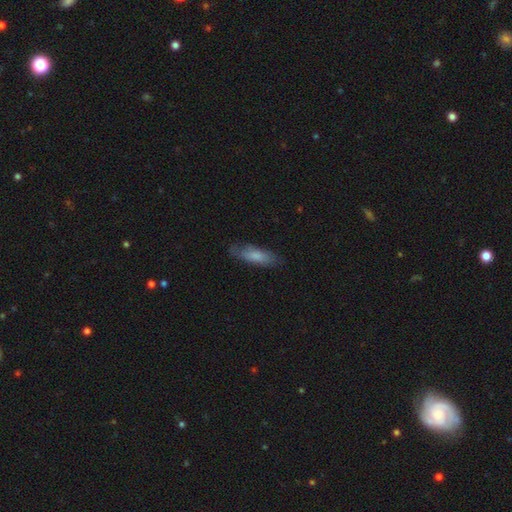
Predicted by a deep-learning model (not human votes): A smooth galaxy with no disk features (75%) that is in between round and cigar-shaped (49%, tied with cigar-shaped). Merging: none (73%).